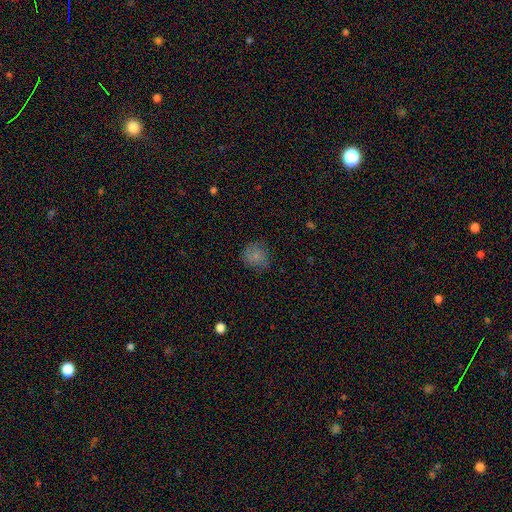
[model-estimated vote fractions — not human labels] A smooth galaxy with no disk features (76%) that is round (85%). Merging: none (73%).